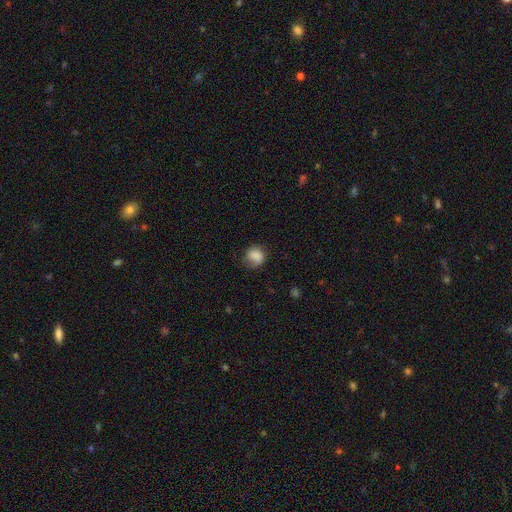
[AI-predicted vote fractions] The model was most divided on "merging": none: 60%, minor disturbance: 27%, major disturbance: 11%, merger: 2%. More confident: smooth or featured — smooth (82%); how rounded — round (74%).